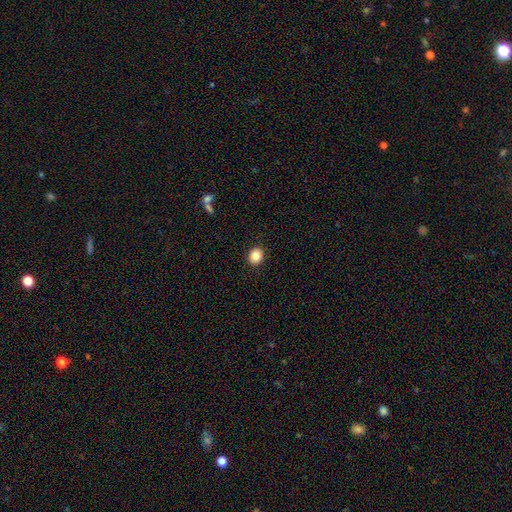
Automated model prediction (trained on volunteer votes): The model was most divided on "how rounded": round: 69%, in between: 30%, cigar-shaped: 1%. More confident: merging — none (91%); smooth or featured — smooth (85%).